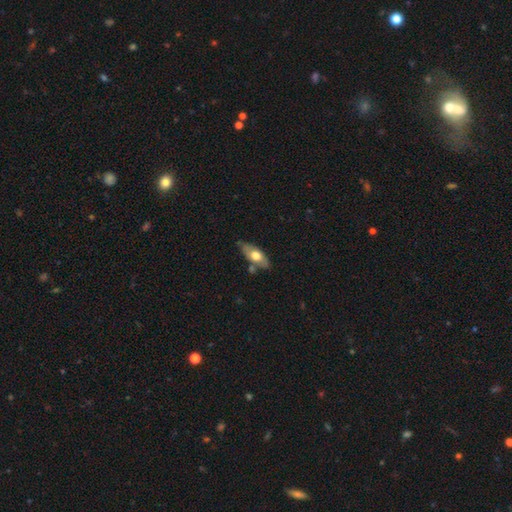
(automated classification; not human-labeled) A smooth galaxy with no disk features (57%) that is in between round and cigar-shaped (80%).

Vote fractions:
- Smooth or featured? smooth: 57% / featured or disk: 38% / star or artifact: 5%
- How rounded? in between: 80% / cigar-shaped: 16% / round: 4%
- Merging? none: 71% / minor disturbance: 19% / merger: 6% / major disturbance: 4%